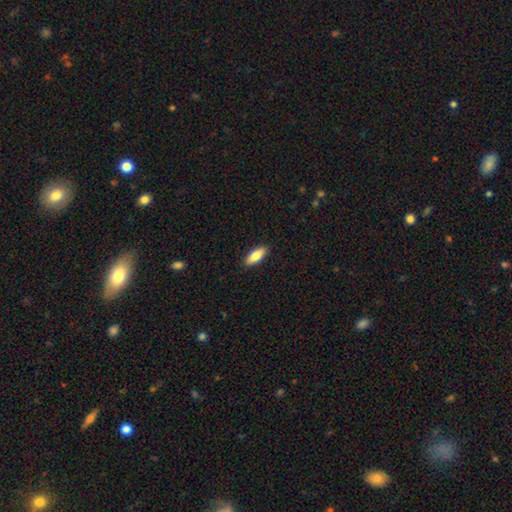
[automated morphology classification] Smooth or featured: smooth — 80% (featured or disk — 14%)
How rounded: in between — 63% (cigar-shaped — 35%)
Merging: none — 90% (minor disturbance — 7%)